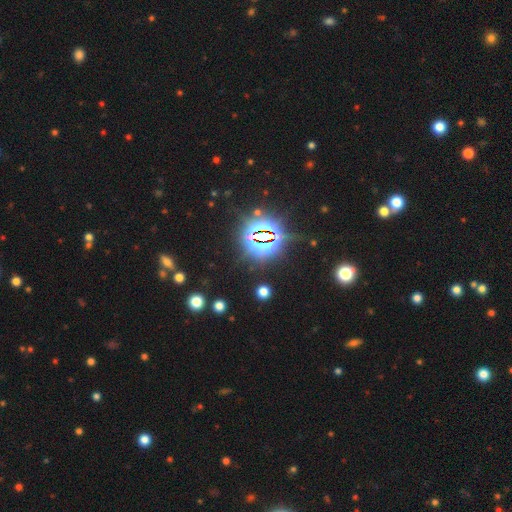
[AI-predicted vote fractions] Smooth or featured?
  - star or artifact: 83% *
  - smooth: 10%
  - featured or disk: 7%